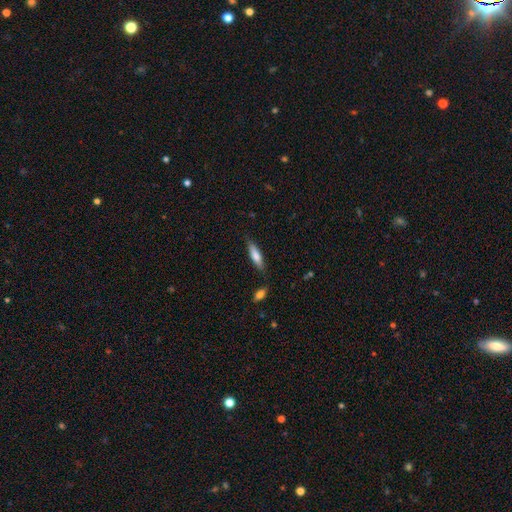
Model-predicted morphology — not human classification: Smooth or featured: smooth — 75% (featured or disk — 19%)
How rounded: cigar-shaped — 71% (in between — 28%)
Merging: none — 81% (minor disturbance — 14%)